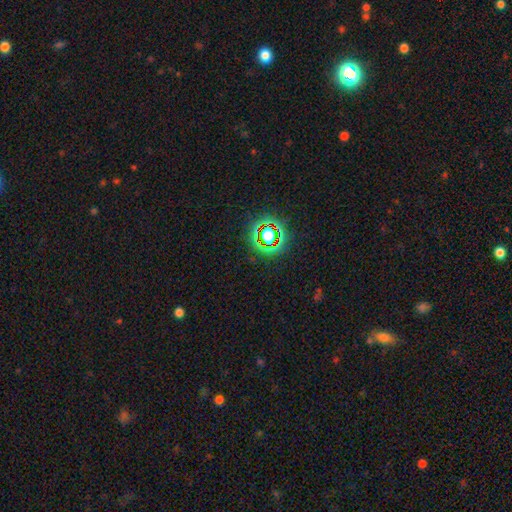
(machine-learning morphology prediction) Q: Smooth or featured?
A: star or artifact (77%); runner-up: smooth (15%)